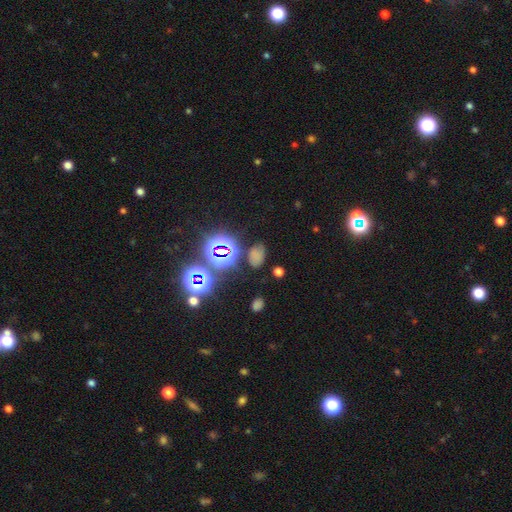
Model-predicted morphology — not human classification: Q: Smooth or featured?
A: smooth (54%); runner-up: star or artifact (36%)
Q: How rounded?
A: in between (83%); runner-up: round (15%)
Q: Merging?
A: none (71%); runner-up: minor disturbance (17%)